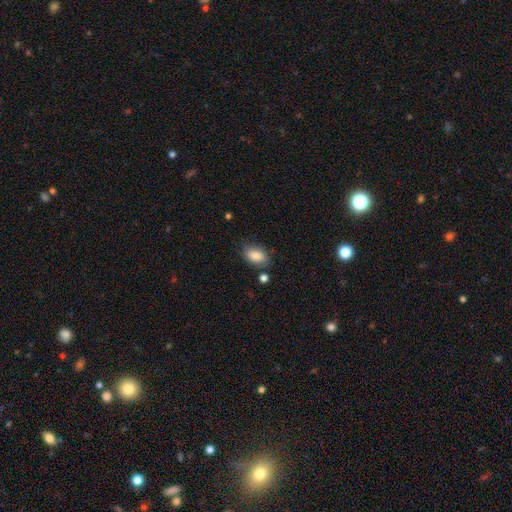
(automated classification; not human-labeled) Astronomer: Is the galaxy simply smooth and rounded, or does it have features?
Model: smooth — 86%.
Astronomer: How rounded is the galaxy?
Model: in between — 90%.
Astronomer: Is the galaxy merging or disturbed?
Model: none — 74%.